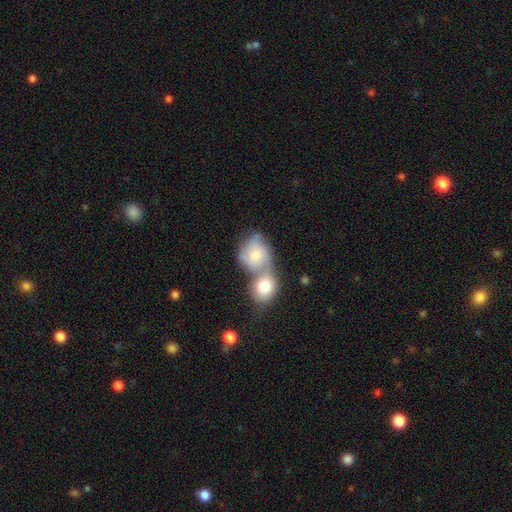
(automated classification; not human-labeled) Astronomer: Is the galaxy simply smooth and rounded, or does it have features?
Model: smooth — 66%.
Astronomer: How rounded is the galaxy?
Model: round — 61% (runner-up: in between, 38%).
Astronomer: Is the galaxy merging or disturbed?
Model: merger — 70%.